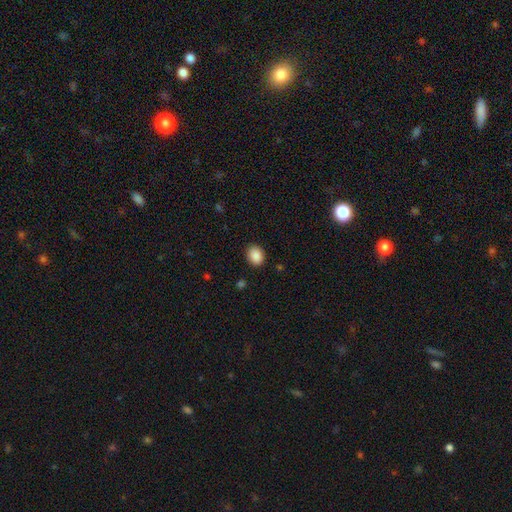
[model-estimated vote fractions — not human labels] A smooth galaxy with no disk features (89%) that is in between round and cigar-shaped (51%).

Vote fractions:
- Smooth or featured? smooth: 89% / star or artifact: 9% / featured or disk: 3%
- How rounded? in between: 51% / round: 48% / cigar-shaped: 1%
- Merging? none: 89% / minor disturbance: 8% / major disturbance: 2% / merger: 1%